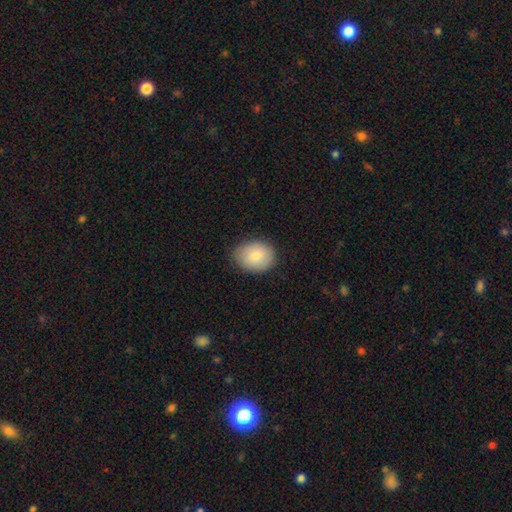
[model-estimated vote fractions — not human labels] A smooth galaxy with no disk features (82%) that is in between round and cigar-shaped (54%). Merging: none (83%).